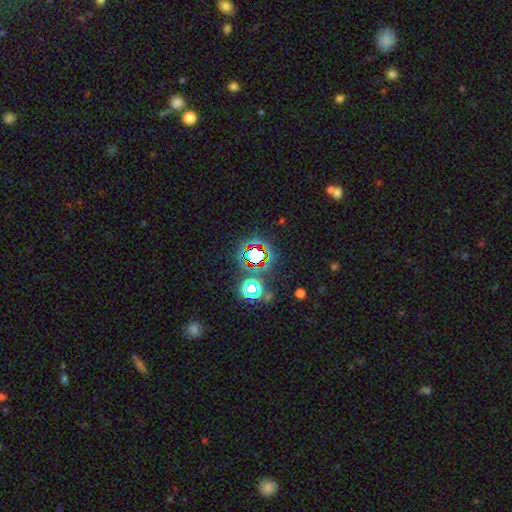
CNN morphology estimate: Q: Smooth or featured?
A: star or artifact (72%); runner-up: smooth (18%)